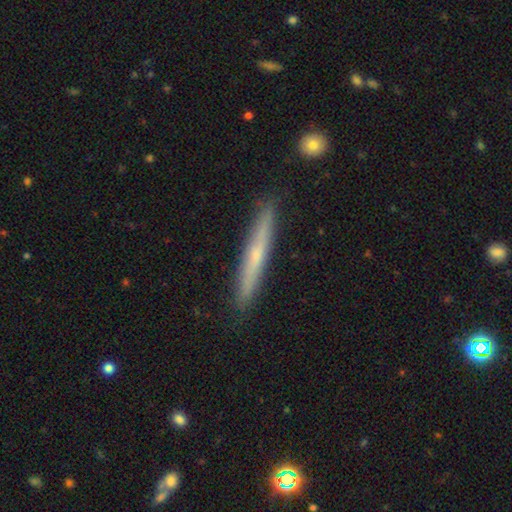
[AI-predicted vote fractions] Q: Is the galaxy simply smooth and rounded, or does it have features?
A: featured or disk — 49%.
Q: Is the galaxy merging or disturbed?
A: none — 91%.